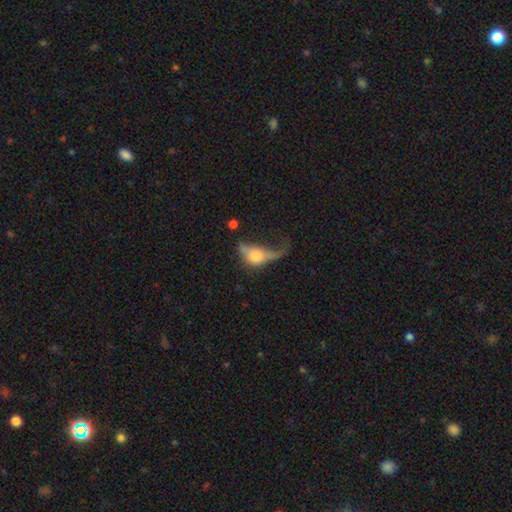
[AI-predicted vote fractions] This is possibly a smooth galaxy (54%). How rounded: likely in between (67%). Merging: possibly major disturbance (54%).